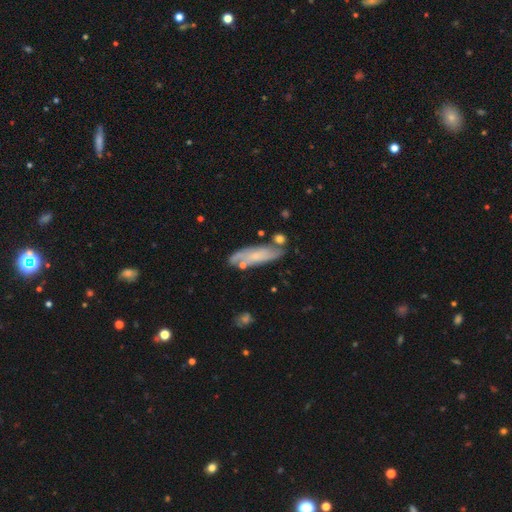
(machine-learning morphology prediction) Q: Smooth or featured?
A: featured or disk (50%); runner-up: smooth (43%)
Q: Merging?
A: none (66%); runner-up: minor disturbance (20%)